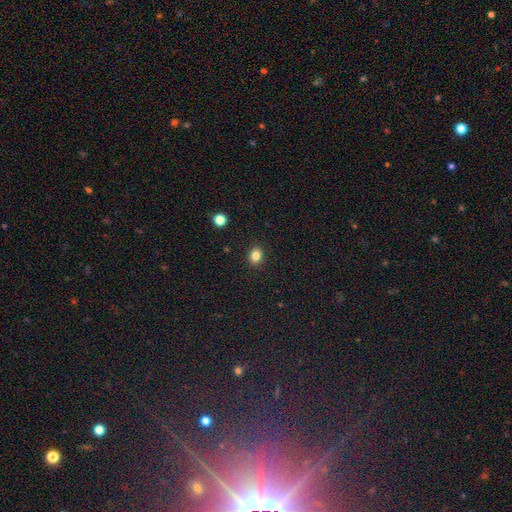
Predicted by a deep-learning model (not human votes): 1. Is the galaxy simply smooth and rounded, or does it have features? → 84% smooth, 11% star or artifact, 5% featured or disk.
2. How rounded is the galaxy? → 52% round, 47% in between, 1% cigar-shaped.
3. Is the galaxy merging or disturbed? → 90% none, 7% minor disturbance, 2% major disturbance, 1% merger.